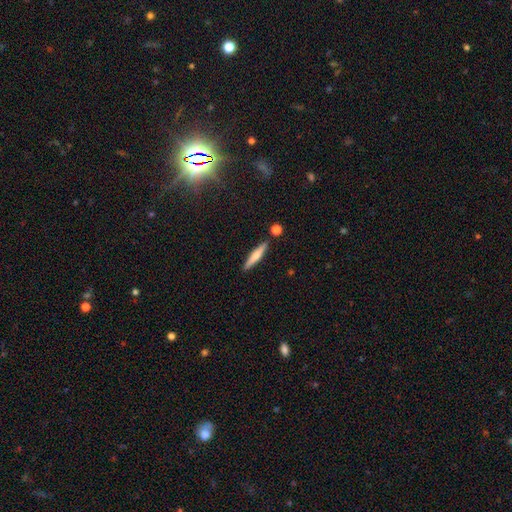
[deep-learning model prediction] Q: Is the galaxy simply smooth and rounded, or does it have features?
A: smooth — 59%.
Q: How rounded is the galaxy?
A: cigar-shaped — 89%.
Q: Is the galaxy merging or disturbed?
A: none — 86%.